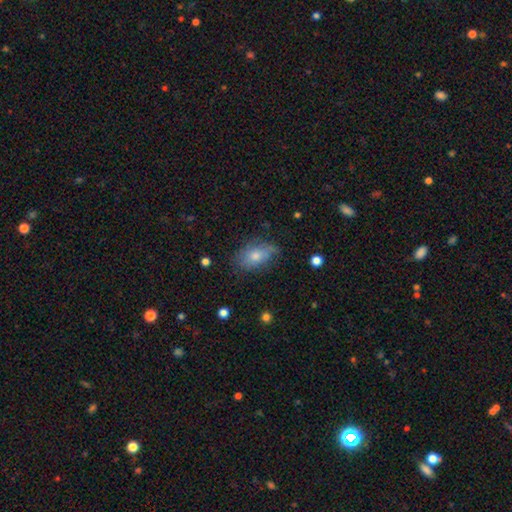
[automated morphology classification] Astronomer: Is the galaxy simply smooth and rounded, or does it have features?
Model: smooth — 65%.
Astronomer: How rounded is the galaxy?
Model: in between — 86%.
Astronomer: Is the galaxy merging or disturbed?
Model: none — 66%.